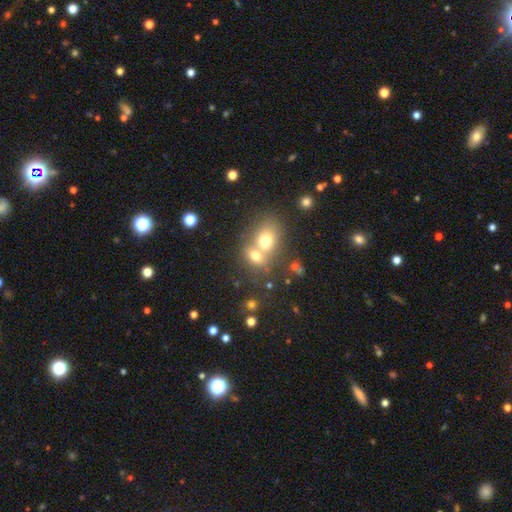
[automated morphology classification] Smooth or featured? Predicted: smooth (p=0.69). How rounded? Predicted: round (p=0.51). Merging? Predicted: merger (p=0.60).